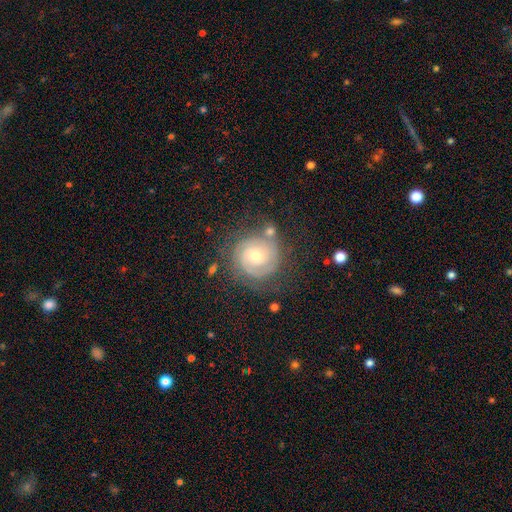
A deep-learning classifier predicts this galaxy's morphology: Smooth or featured? featured or disk (74%)
Edge-on disk? no (98%)
Bar? no (75%)
Spiral arms? yes (91%)
Spiral winding? tight (74%)
Spiral arm count? 2 (52%)
Bulge size? moderate (56%)
Merging? none (70%)